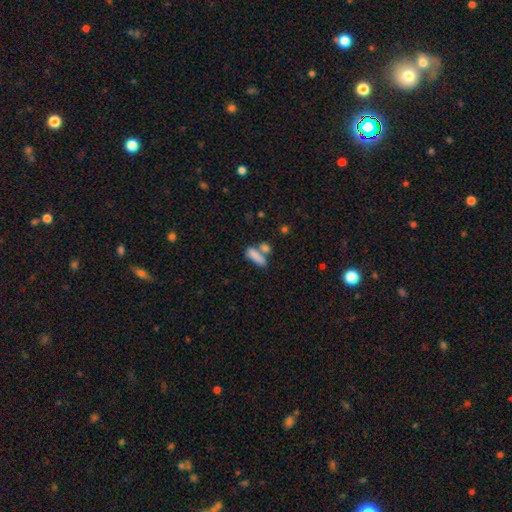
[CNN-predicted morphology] The model was most divided on "merging": none: 42%, merger: 40%, minor disturbance: 12%, major disturbance: 6%. More confident: smooth or featured — smooth (81%); how rounded — in between (56%).